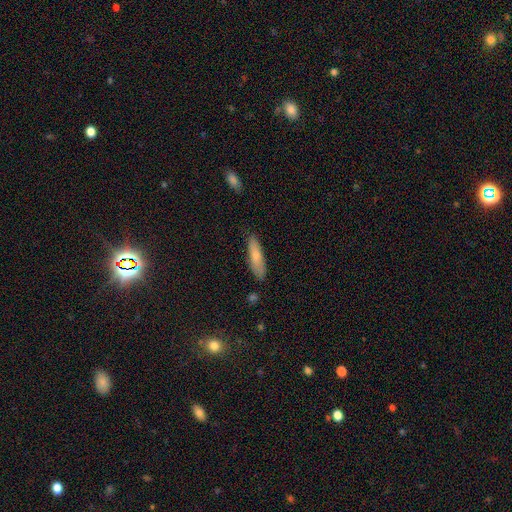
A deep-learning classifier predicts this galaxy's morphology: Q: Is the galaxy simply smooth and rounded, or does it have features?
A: smooth — 72%.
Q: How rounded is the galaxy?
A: cigar-shaped — 70%.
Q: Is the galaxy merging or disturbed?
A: none — 81%.